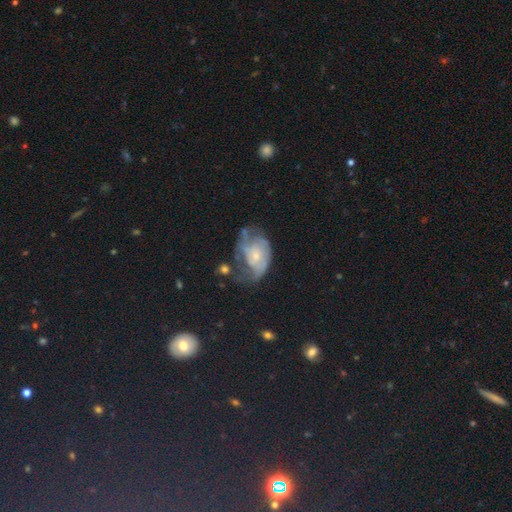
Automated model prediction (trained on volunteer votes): featured or disk 68%, smooth 24%, star or artifact 8%. Down the decision tree: edge-on disk — no (97%); bar — no (76%); spiral arms — yes (75%); bulge size — small (64%); merging — major disturbance (36%).